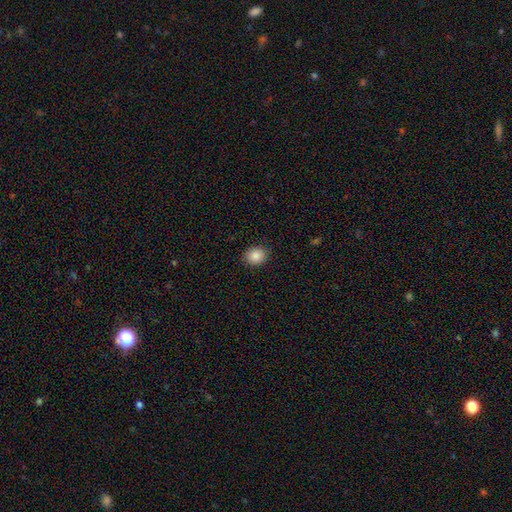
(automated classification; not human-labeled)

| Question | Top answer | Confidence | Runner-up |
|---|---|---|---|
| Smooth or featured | smooth | 88% | star or artifact (8%) |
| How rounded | round | 62% | in between (37%) |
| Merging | none | 89% | minor disturbance (8%) |